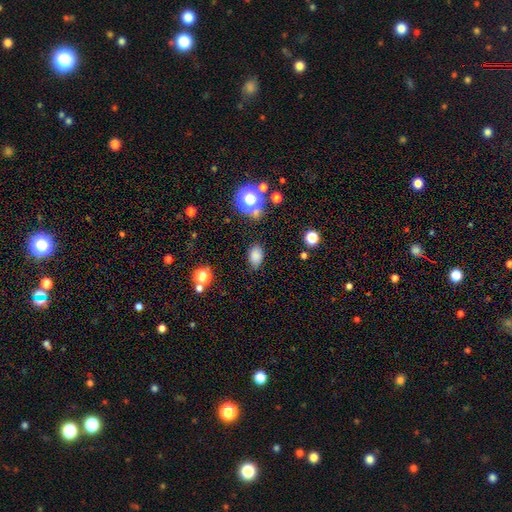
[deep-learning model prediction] The model was most divided on "how rounded": in between: 79%, round: 20%, cigar-shaped: 1%. More confident: smooth or featured — smooth (80%); merging — none (78%).